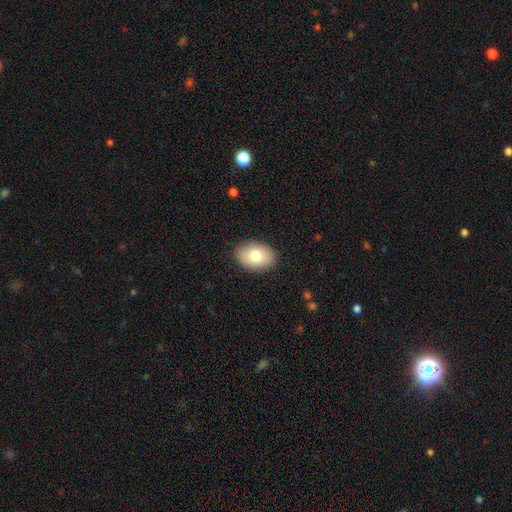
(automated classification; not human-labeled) The model was most divided on "smooth or featured": smooth: 77%, featured or disk: 15%, star or artifact: 7%. More confident: merging — none (88%); how rounded — in between (84%).